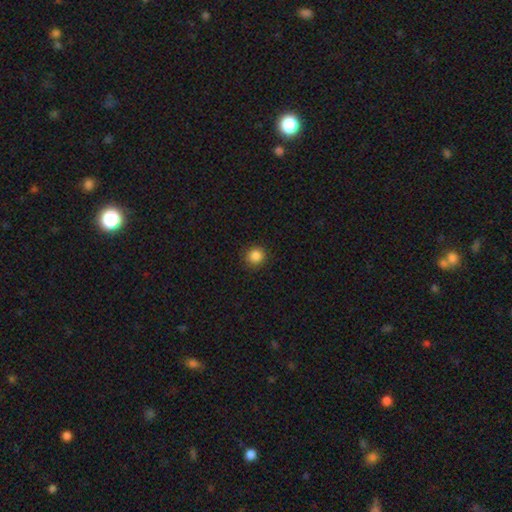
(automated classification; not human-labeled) Smooth or featured?
  - smooth: 85% *
  - star or artifact: 11%
  - featured or disk: 3%
How rounded?
  - round: 92% *
  - in between: 8%
  - cigar-shaped: 1%
Merging?
  - none: 90% *
  - minor disturbance: 7%
  - major disturbance: 2%
  - merger: 1%